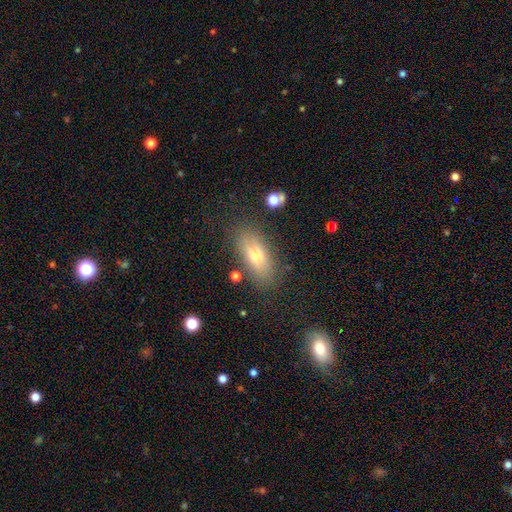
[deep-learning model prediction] A smooth galaxy with no disk features (65%) that is in between round and cigar-shaped (75%).

Vote fractions:
- Smooth or featured? smooth: 65% / featured or disk: 25% / star or artifact: 10%
- How rounded? in between: 75% / cigar-shaped: 21% / round: 4%
- Merging? none: 77% / minor disturbance: 15% / major disturbance: 5% / merger: 3%